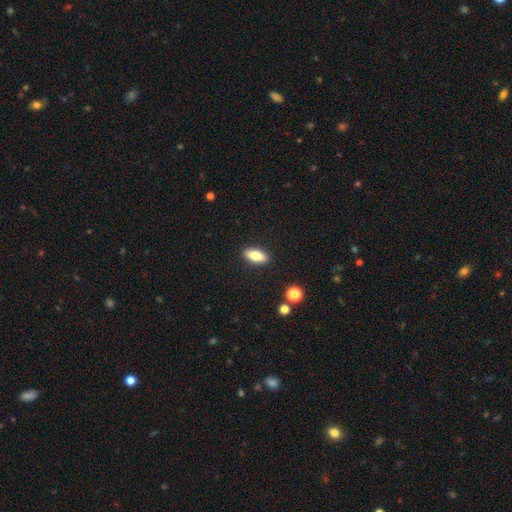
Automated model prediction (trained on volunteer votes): smooth 72%, featured or disk 20%, star or artifact 7%. Down the decision tree: how rounded — in between (76%); merging — none (89%).